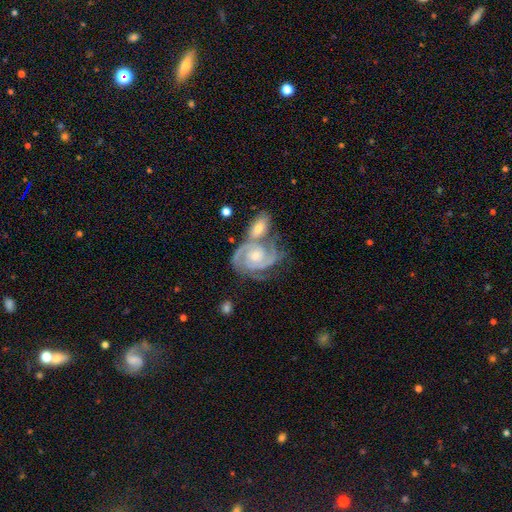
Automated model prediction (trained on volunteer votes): Overall: featured or disk (90%). Edge-on disk: no (97%). Bar: no (65%; weak 28%). Spiral arms: yes (98%). Spiral arm count: 2 (75%). Spiral winding: tight (61%; medium 34%). Bulge size: moderate (50%; small 41%). Merging: none (40%; merger 39%).